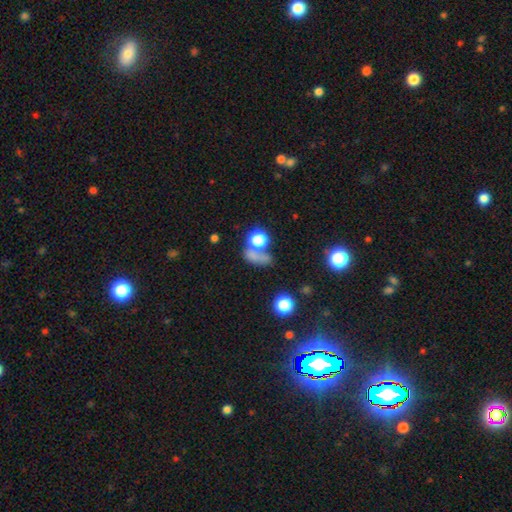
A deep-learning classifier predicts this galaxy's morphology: type=smooth (65%); roundness=round (46%, tied with in between); merging=none (40%).